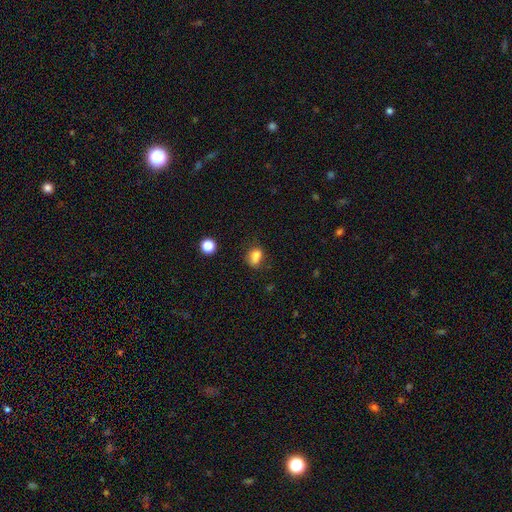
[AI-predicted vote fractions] A smooth galaxy with no disk features (78%) that is in between round and cigar-shaped (54%).

Vote fractions:
- Smooth or featured? smooth: 78% / star or artifact: 13% / featured or disk: 10%
- How rounded? in between: 54% / round: 44% / cigar-shaped: 2%
- Merging? none: 50% / minor disturbance: 22% / merger: 19% / major disturbance: 8%